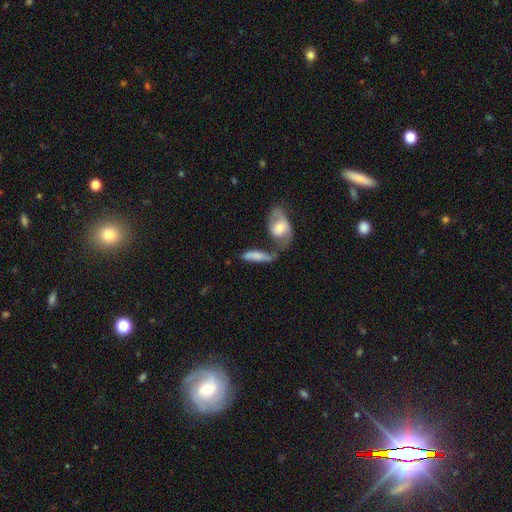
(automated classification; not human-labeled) smooth 64%, featured or disk 29%, star or artifact 7%. Down the decision tree: how rounded — in between (56%); merging — merger (44%).